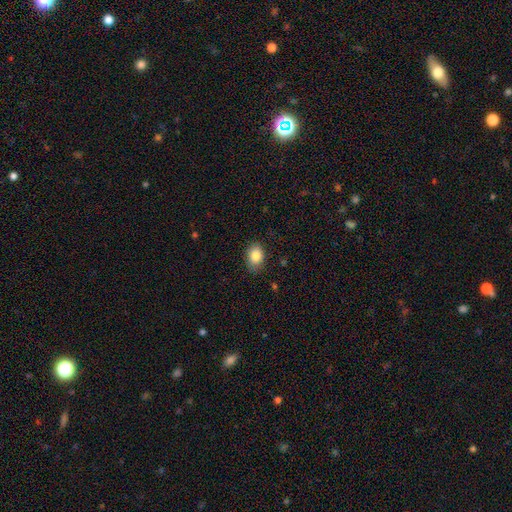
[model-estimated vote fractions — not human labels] Smooth or featured? smooth (84%)
How rounded? in between (78%)
Merging? none (82%)